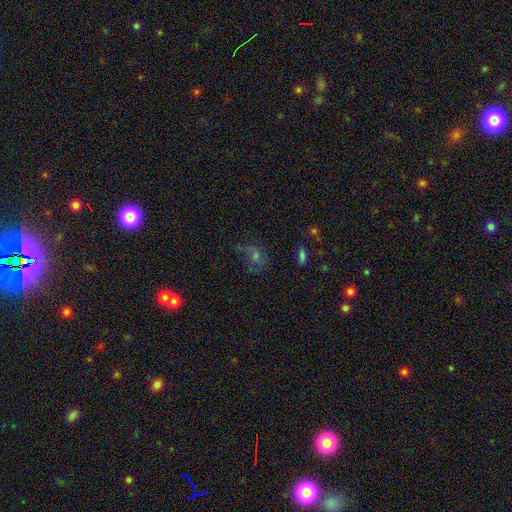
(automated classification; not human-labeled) Q: Smooth or featured?
A: smooth (47%); runner-up: star or artifact (28%)
Q: Merging?
A: none (44%); runner-up: major disturbance (26%)